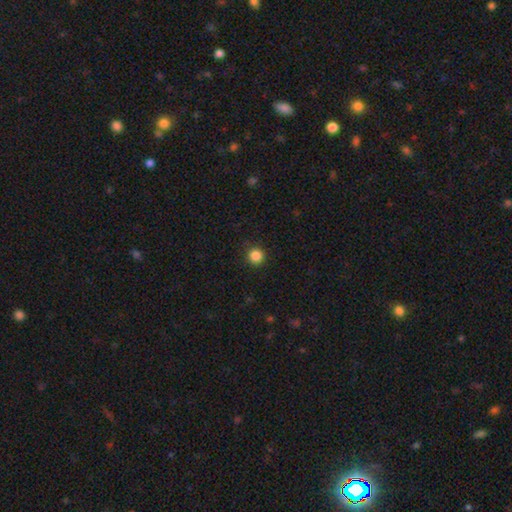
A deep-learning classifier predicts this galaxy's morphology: The model was most divided on "smooth or featured": smooth: 86%, star or artifact: 11%, featured or disk: 3%. More confident: how rounded — round (94%); merging — none (91%).